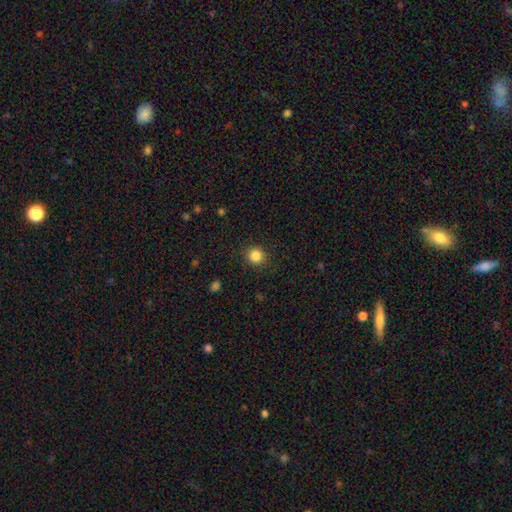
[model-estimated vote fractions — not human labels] Overall: smooth (85%). How rounded: round (90%). Merging: none (90%).